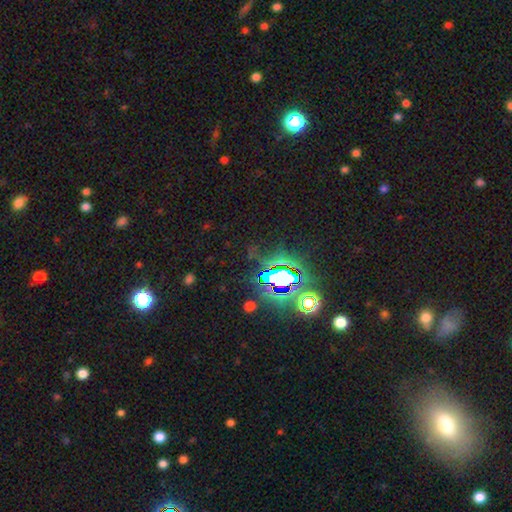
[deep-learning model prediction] Smooth or featured?
  - star or artifact: 78% *
  - smooth: 13%
  - featured or disk: 8%